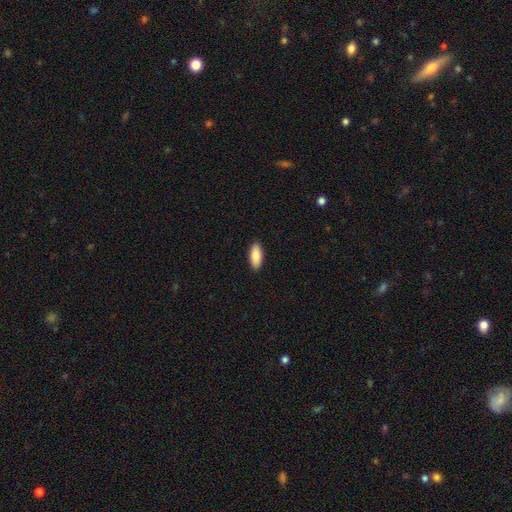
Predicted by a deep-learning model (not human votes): Smooth or featured? smooth (87%)
How rounded? in between (81%)
Merging? none (91%)